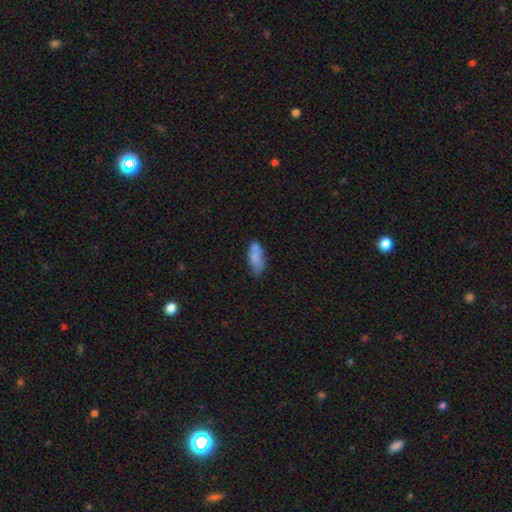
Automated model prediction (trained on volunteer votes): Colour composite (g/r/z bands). It shows a smooth galaxy with no disk features (77%) that is in between round and cigar-shaped (75%). Merging: none (59%).